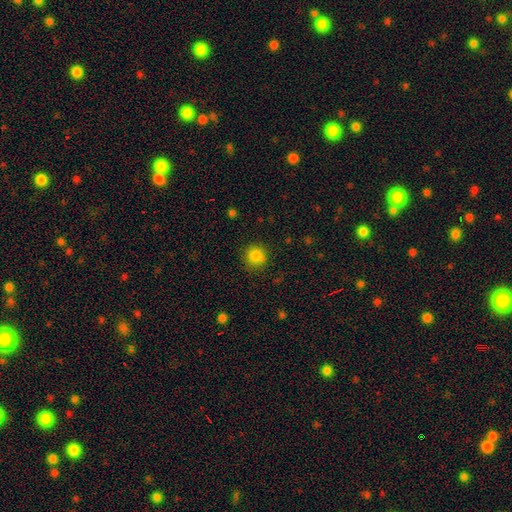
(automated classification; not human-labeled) A smooth galaxy with no disk features (85%) that is round (92%).

Vote fractions:
- Smooth or featured? smooth: 85% / star or artifact: 11% / featured or disk: 4%
- How rounded? round: 92% / in between: 7% / cigar-shaped: 1%
- Merging? none: 85% / minor disturbance: 10% / major disturbance: 3% / merger: 2%